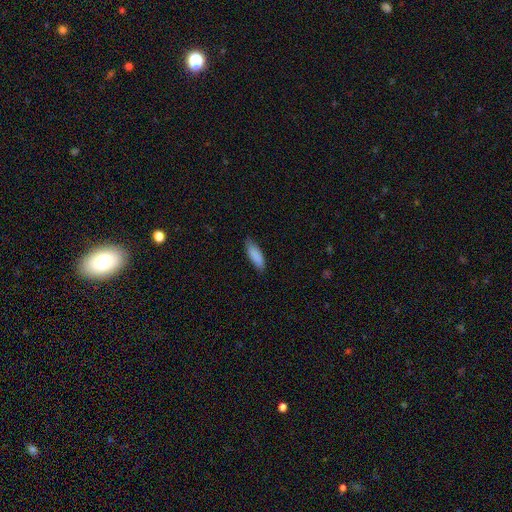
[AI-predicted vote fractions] This appears to be a smooth galaxy with no disk features (88%) that is in between round and cigar-shaped (60%). Merging: none (80%).